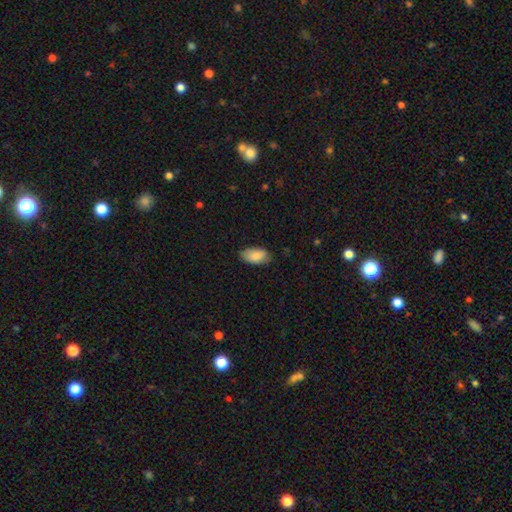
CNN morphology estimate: The model was most divided on "merging": none: 78%, minor disturbance: 19%, major disturbance: 3%, merger: 1%. More confident: how rounded — in between (94%); smooth or featured — smooth (85%).